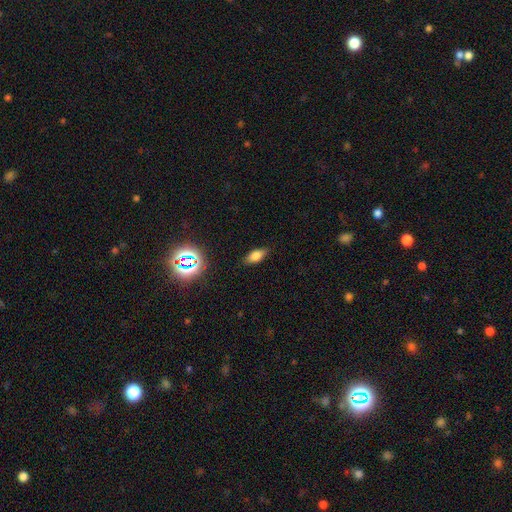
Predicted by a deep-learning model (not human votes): Q: Smooth or featured?
A: smooth (71%); runner-up: featured or disk (14%)
Q: How rounded?
A: in between (82%); runner-up: cigar-shaped (12%)
Q: Merging?
A: none (85%); runner-up: minor disturbance (11%)